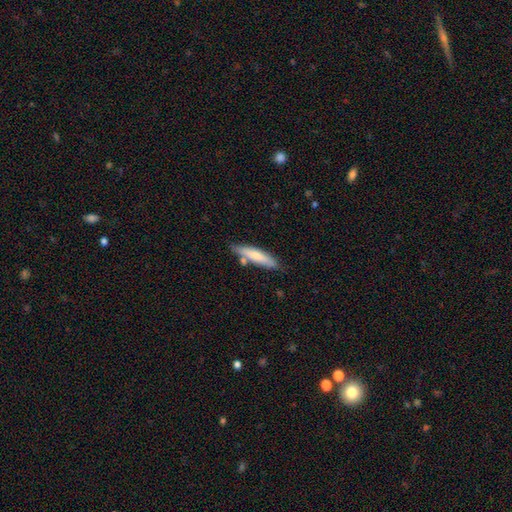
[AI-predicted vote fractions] Smooth or featured? Predicted: smooth (p=0.70). How rounded? Predicted: cigar-shaped (p=0.82). Merging? Predicted: none (p=0.73).